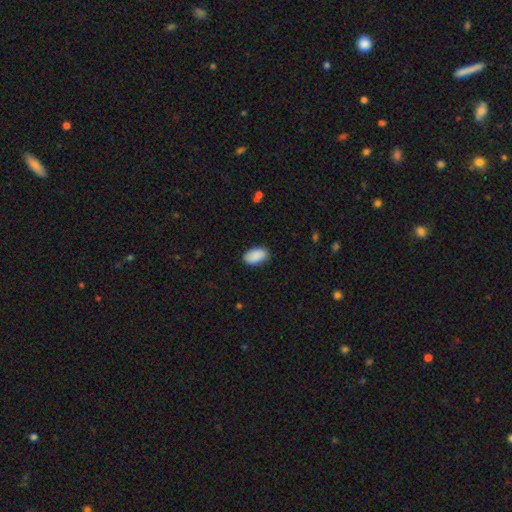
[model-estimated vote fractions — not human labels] This appears to be a smooth galaxy with no disk features (90%) that is in between round and cigar-shaped (94%). Merging: none (86%).